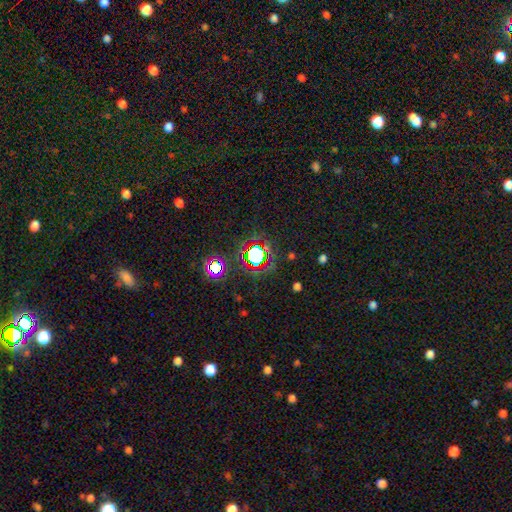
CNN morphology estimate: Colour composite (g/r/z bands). It shows a star or artifact, not a galaxy (63%).